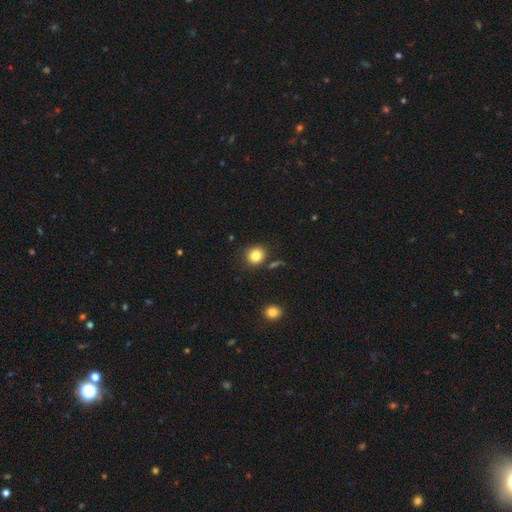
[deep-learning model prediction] This appears to be a smooth galaxy with no disk features (83%) that is round (82%). Merging: none (82%).